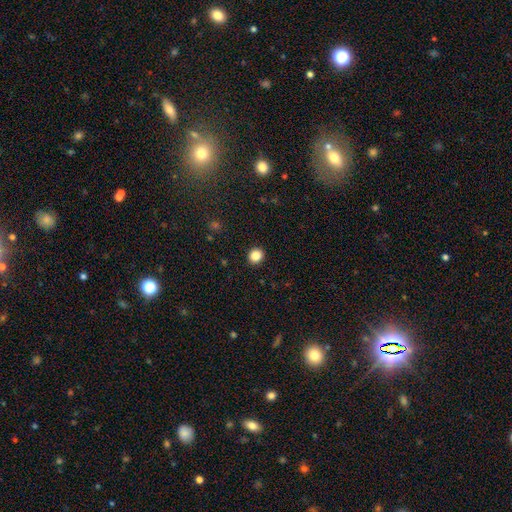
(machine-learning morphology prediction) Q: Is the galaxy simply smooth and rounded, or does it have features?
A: smooth — 86%.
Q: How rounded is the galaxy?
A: round — 82%.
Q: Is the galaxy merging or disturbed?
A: none — 93%.